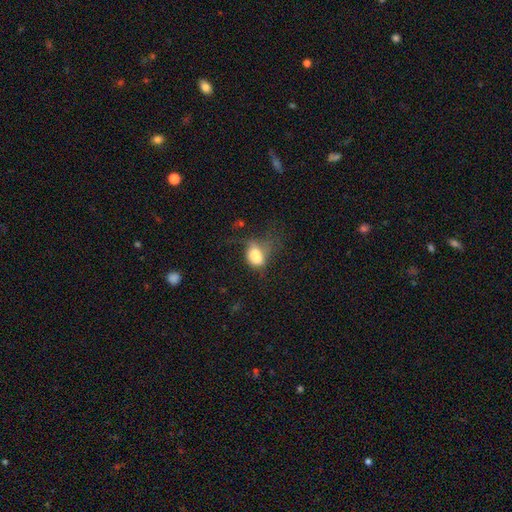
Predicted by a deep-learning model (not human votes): Overall: smooth (71%). How rounded: in between (75%). Merging: major disturbance (40%; none 23%).